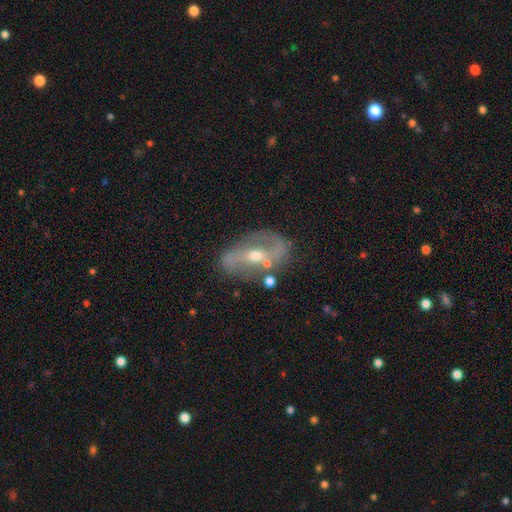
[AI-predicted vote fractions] The model was most divided on "bar": strong: 42%, weak: 32%, no: 26%. More confident: edge-on disk — no (93%); spiral arm count — 2 (88%); smooth or featured — featured or disk (81%); spiral arms — yes (79%); merging — none (70%); bulge size — moderate (58%); spiral winding — loose (51%).